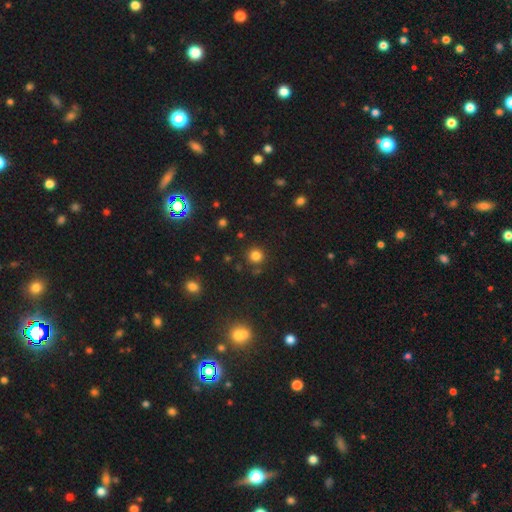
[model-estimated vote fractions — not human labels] A smooth galaxy with no disk features (80%) that is round (93%).

Vote fractions:
- Smooth or featured? smooth: 80% / star or artifact: 15% / featured or disk: 5%
- How rounded? round: 93% / in between: 6% / cigar-shaped: 1%
- Merging? none: 87% / minor disturbance: 7% / merger: 3% / major disturbance: 3%